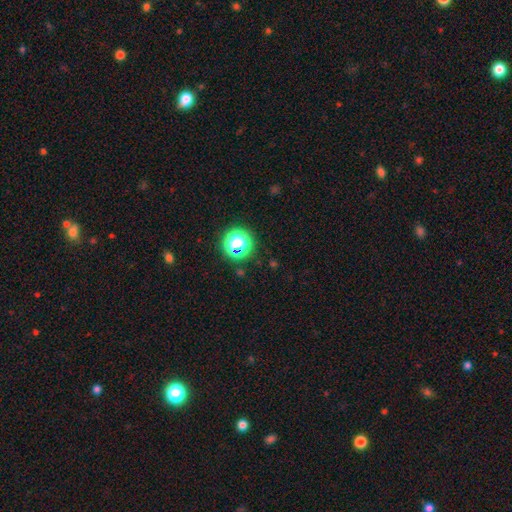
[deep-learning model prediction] smooth-or-featured: star or artifact: 72% | smooth: 22% | featured or disk: 6%